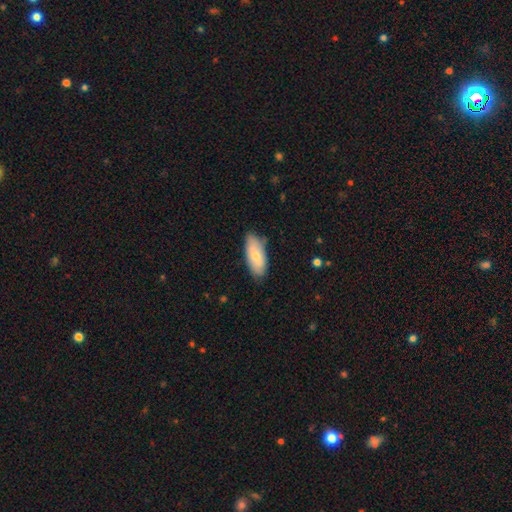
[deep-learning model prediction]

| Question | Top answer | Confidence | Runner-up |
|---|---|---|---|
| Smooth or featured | smooth | 74% | featured or disk (20%) |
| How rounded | in between | 86% | cigar-shaped (12%) |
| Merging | none | 77% | minor disturbance (19%) |